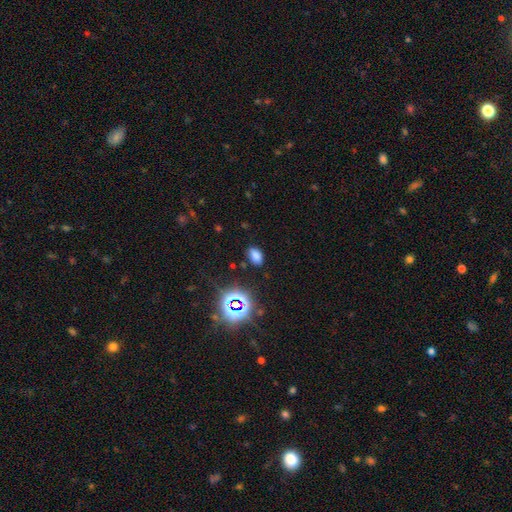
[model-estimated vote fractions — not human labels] This is likely a smooth galaxy (70%). How rounded: clearly in between (89%). Merging: clearly none (82%).